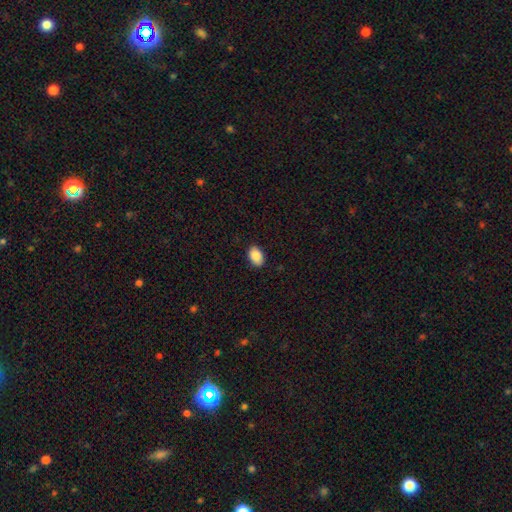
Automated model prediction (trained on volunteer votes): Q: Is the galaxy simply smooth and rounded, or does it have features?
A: smooth — 89%.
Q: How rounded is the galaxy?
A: in between — 89%.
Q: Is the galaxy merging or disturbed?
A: none — 89%.